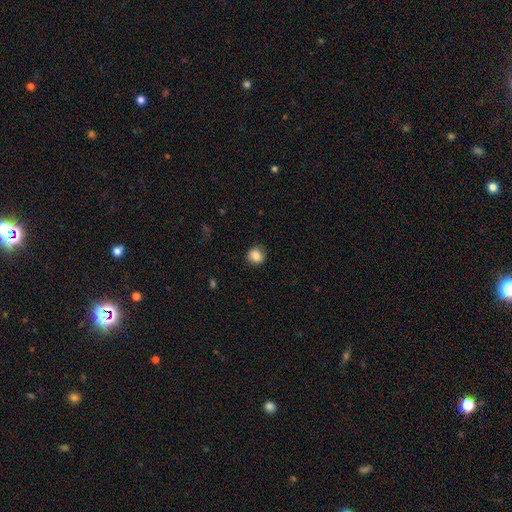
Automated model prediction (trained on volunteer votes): Q: Smooth or featured?
A: smooth (83%); runner-up: star or artifact (9%)
Q: How rounded?
A: round (81%); runner-up: in between (18%)
Q: Merging?
A: none (83%); runner-up: minor disturbance (12%)